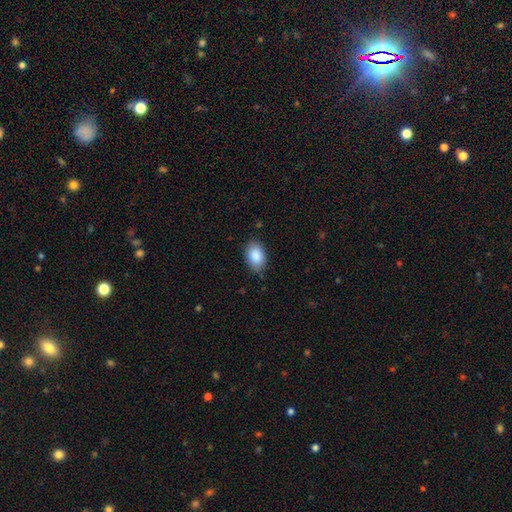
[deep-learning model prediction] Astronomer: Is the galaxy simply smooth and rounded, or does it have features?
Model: smooth — 88%.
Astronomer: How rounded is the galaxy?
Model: in between — 91%.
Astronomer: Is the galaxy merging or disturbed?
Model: none — 81%.